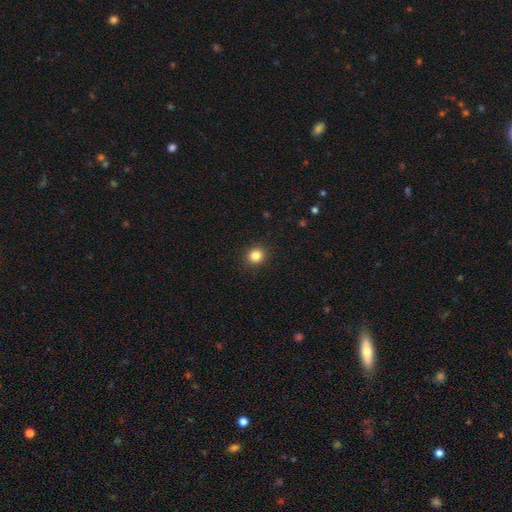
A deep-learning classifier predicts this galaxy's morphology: smooth-or-featured: smooth: 85% | star or artifact: 11% | featured or disk: 4%
  how-rounded: round: 86% | in between: 14% | cigar-shaped: 1%
  merging: none: 91% | minor disturbance: 6% | major disturbance: 2% | merger: 1%